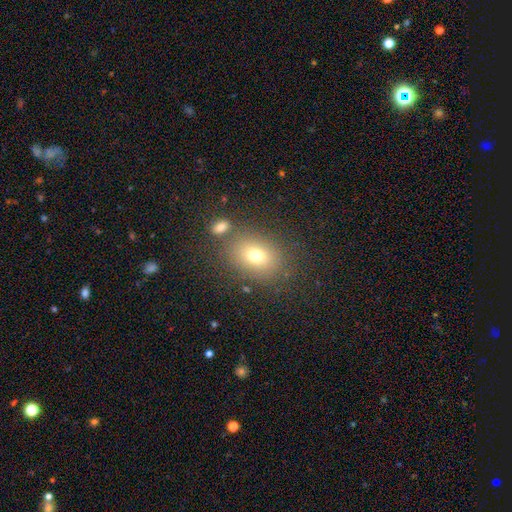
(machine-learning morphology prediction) A smooth galaxy with no disk features (73%) that is in between round and cigar-shaped (64%). Merging: none (75%).